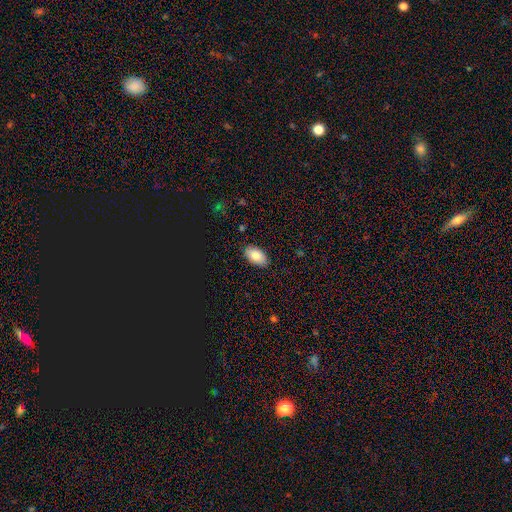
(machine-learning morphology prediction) Smooth or featured?
  - smooth: 82% *
  - featured or disk: 10%
  - star or artifact: 8%
How rounded?
  - in between: 94% *
  - round: 4%
  - cigar-shaped: 2%
Merging?
  - none: 86% *
  - minor disturbance: 11%
  - major disturbance: 2%
  - merger: 1%